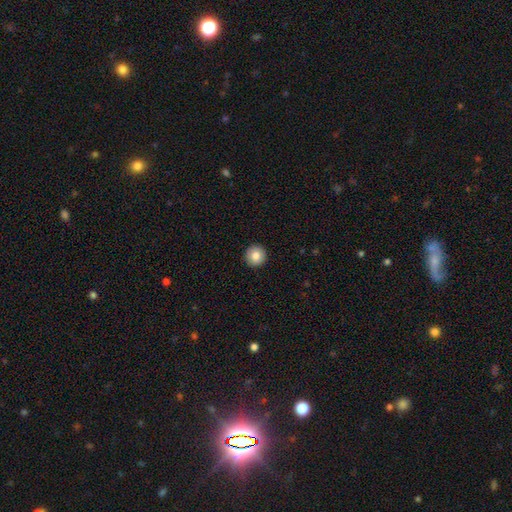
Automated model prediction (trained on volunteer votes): smooth-or-featured: smooth: 83% | star or artifact: 9% | featured or disk: 8%
  how-rounded: round: 96% | in between: 3% | cigar-shaped: 1%
  merging: none: 93% | minor disturbance: 4% | major disturbance: 1% | merger: 1%